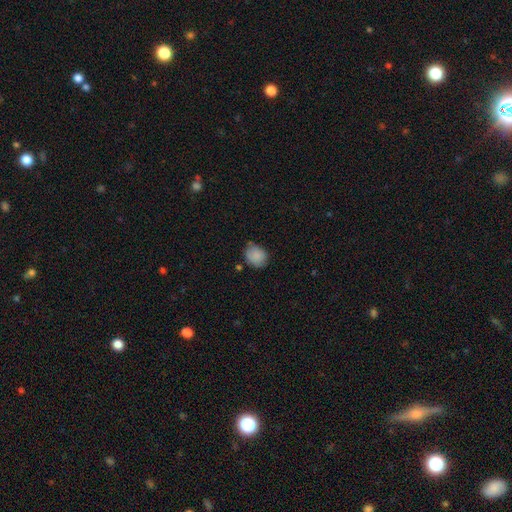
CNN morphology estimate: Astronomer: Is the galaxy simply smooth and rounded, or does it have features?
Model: smooth — 85%.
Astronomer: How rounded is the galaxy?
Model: in between — 50% (runner-up: round, 49%).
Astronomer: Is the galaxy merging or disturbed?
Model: none — 67%.